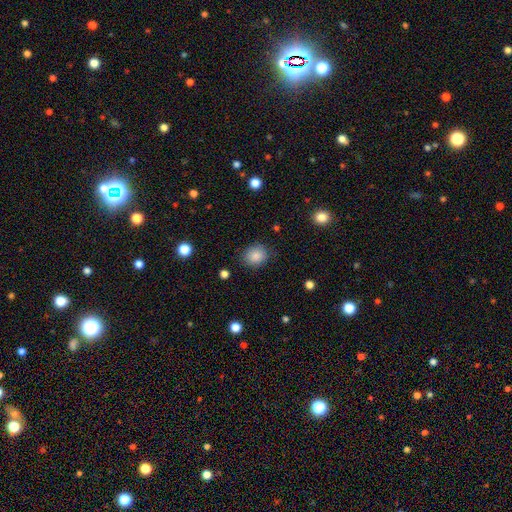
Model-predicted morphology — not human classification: Smooth or featured?
  - smooth: 87% *
  - star or artifact: 9%
  - featured or disk: 4%
How rounded?
  - round: 70% *
  - in between: 29%
  - cigar-shaped: 1%
Merging?
  - none: 83% *
  - minor disturbance: 12%
  - major disturbance: 3%
  - merger: 1%